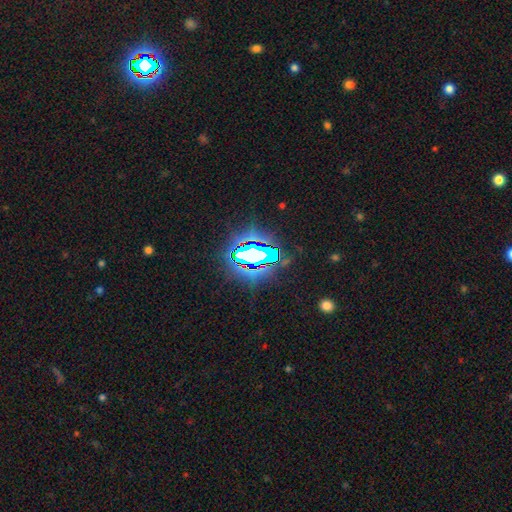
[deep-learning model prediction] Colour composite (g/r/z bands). It shows a star or artifact, not a galaxy (73%).